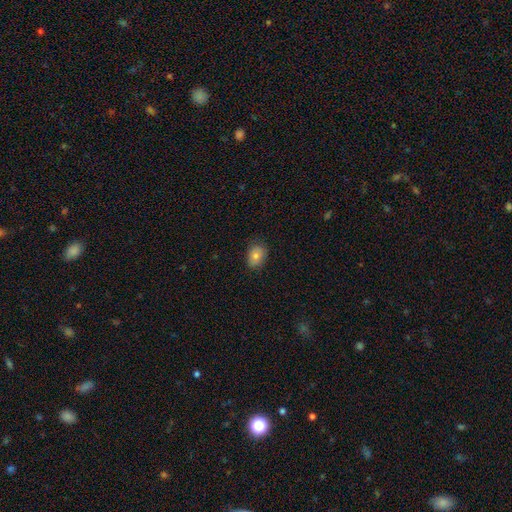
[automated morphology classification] Q: Smooth or featured?
A: smooth (80%); runner-up: featured or disk (11%)
Q: How rounded?
A: in between (70%); runner-up: round (29%)
Q: Merging?
A: none (82%); runner-up: minor disturbance (14%)